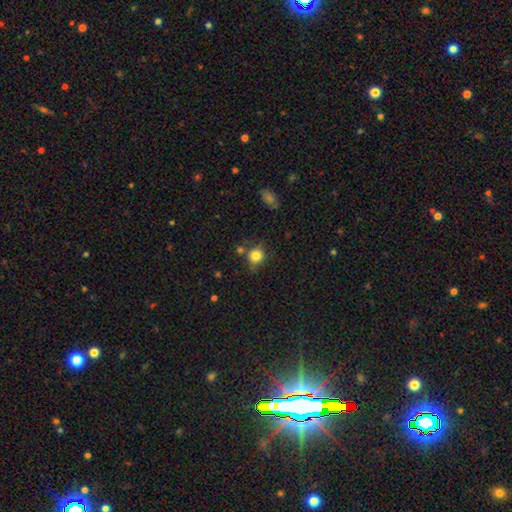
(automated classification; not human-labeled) smooth_or_featured: smooth (p=0.82) [alt: star or artifact p=0.11]
how_rounded: round (p=0.84) [alt: in between p=0.15]
merging: none (p=0.72) [alt: minor disturbance p=0.15]